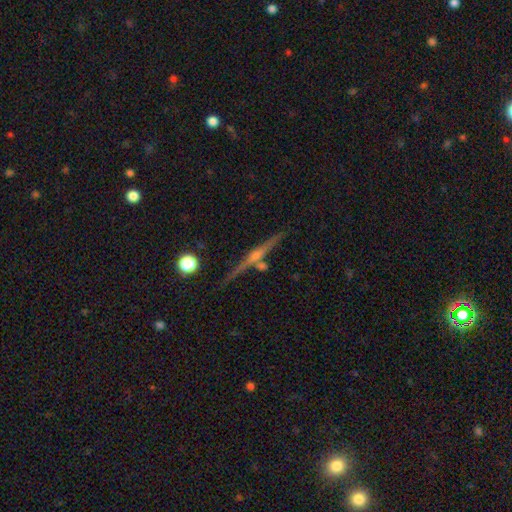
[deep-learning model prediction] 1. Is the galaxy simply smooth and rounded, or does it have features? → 78% featured or disk, 14% smooth, 8% star or artifact.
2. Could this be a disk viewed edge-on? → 97% yes, 3% no.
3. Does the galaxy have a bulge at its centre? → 83% rounded, 10% none, 7% boxy.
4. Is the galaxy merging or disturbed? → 81% none, 9% minor disturbance, 8% merger, 2% major disturbance.